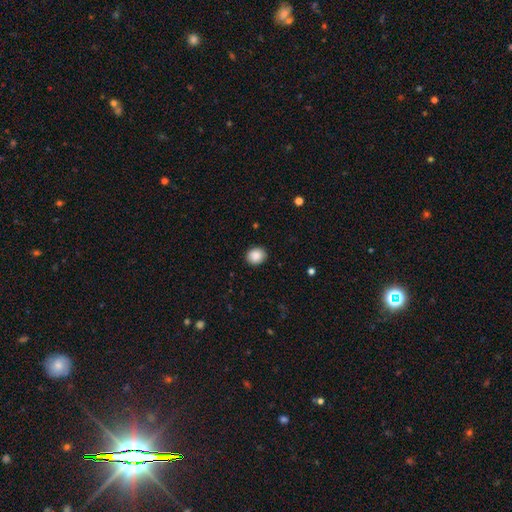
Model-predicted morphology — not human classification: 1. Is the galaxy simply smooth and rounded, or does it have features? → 89% smooth, 8% star or artifact, 3% featured or disk.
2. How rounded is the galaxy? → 73% round, 26% in between, 1% cigar-shaped.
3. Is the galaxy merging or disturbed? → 90% none, 7% minor disturbance, 2% major disturbance, 1% merger.